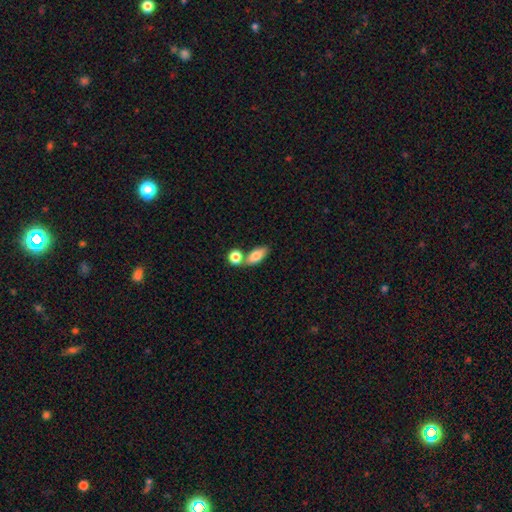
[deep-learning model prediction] A smooth galaxy with no disk features (80%) that is in between round and cigar-shaped (82%). Merging: none (60%).